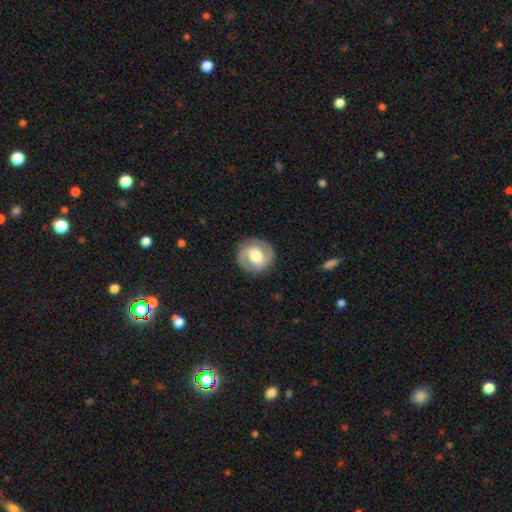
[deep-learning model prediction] A featured or disk galaxy (64%) with a weak bar (43%), spiral arms (77%) and a moderate central bulge (50%).

Vote fractions:
- Smooth or featured? featured or disk: 64% / smooth: 30% / star or artifact: 6%
- Edge-on disk? no: 97% / yes: 3%
- Bar? weak: 43% / no: 34% / strong: 24%
- Spiral arms? yes: 77% / no: 23%
- Bulge size? moderate: 50% / large: 36% / small: 8% / dominant: 4% / none: 2%
- Merging? none: 86% / minor disturbance: 10% / major disturbance: 4% / merger: 1%